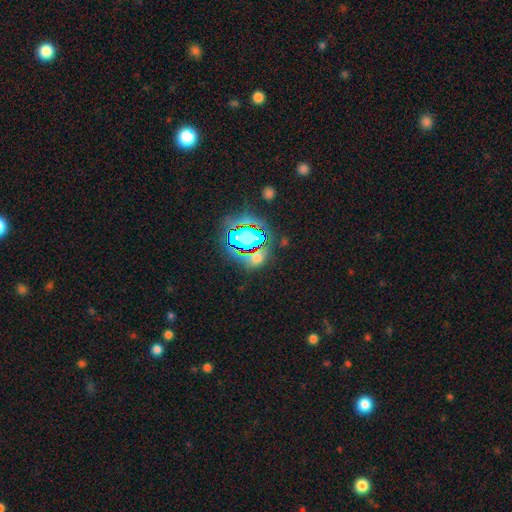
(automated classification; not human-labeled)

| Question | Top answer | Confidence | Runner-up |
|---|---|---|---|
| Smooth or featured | star or artifact | 68% | smooth (21%) |